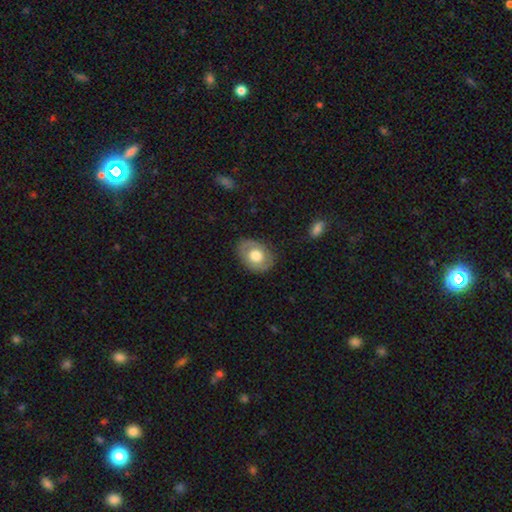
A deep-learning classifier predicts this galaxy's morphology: Smooth or featured: smooth — 59% (featured or disk — 34%)
How rounded: in between — 68% (round — 31%)
Merging: none — 79% (minor disturbance — 16%)